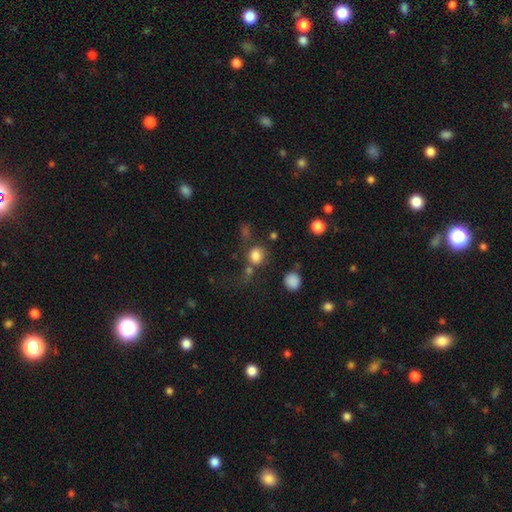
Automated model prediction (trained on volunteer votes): Overall: smooth (80%). How rounded: round (77%). Merging: none (60%).